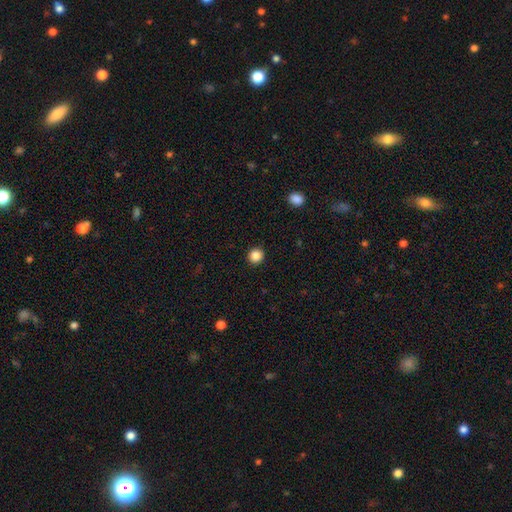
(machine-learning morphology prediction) Smooth or featured? smooth (86%)
How rounded? round (92%)
Merging? none (93%)